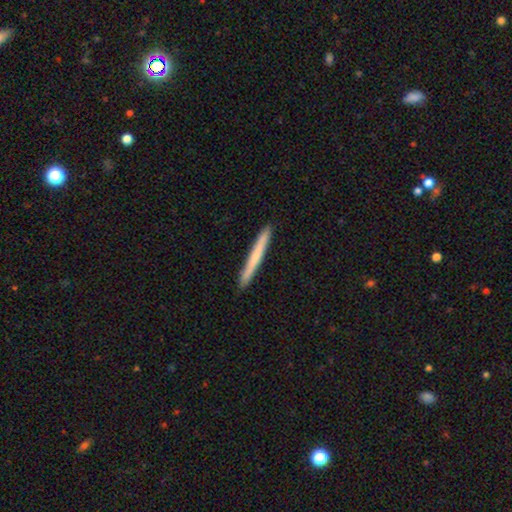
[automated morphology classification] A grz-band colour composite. It shows a smooth galaxy with no disk features (62%) that is cigar-shaped (97%). Merging: none (92%).